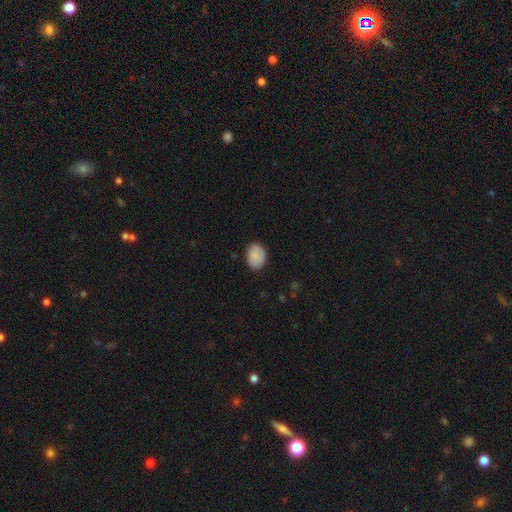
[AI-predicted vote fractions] Smooth or featured? Predicted: smooth (p=0.86). How rounded? Predicted: in between (p=0.68). Merging? Predicted: none (p=0.82).